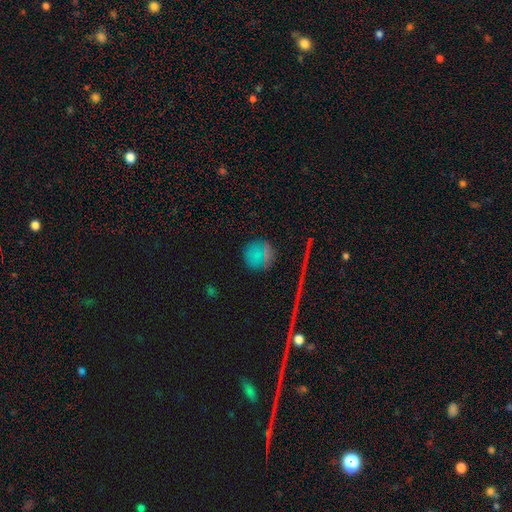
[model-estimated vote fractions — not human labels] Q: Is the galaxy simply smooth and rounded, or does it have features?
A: smooth — 63%.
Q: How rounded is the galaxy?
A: round — 89%.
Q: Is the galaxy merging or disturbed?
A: none — 80%.